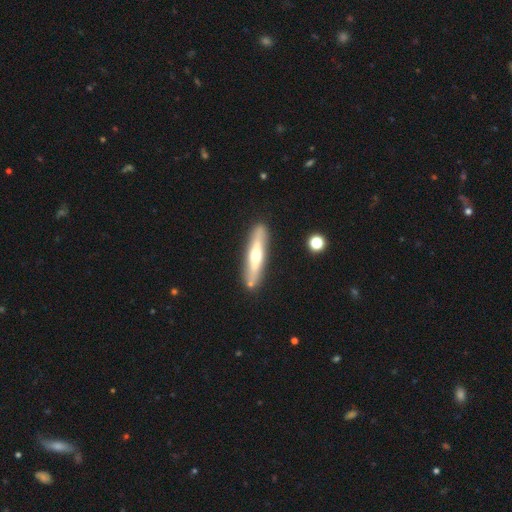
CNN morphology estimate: A featured or disk galaxy (55%) viewed edge-on (83%). Merging: none (84%).